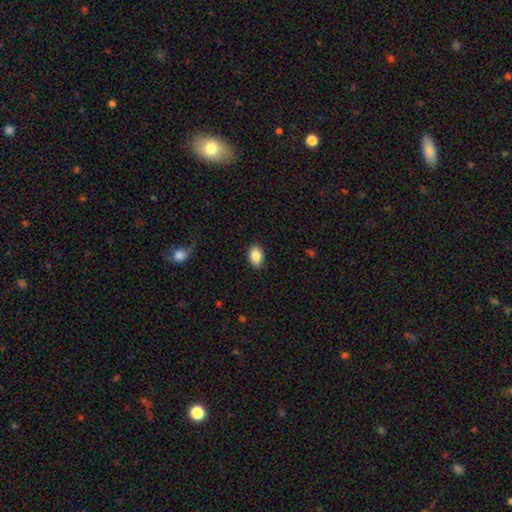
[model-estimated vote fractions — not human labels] Smooth or featured? Predicted: smooth (p=0.86). How rounded? Predicted: in between (p=0.83). Merging? Predicted: none (p=0.89).